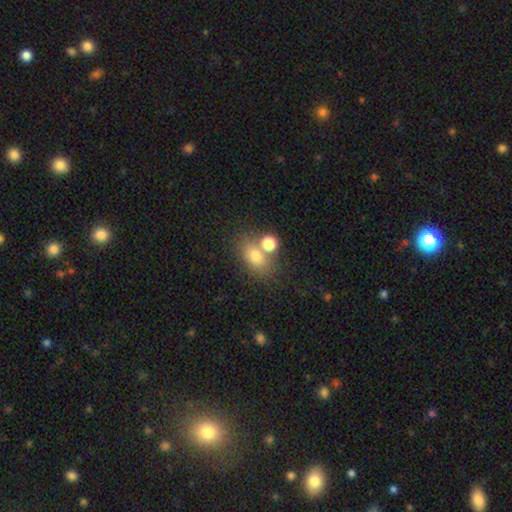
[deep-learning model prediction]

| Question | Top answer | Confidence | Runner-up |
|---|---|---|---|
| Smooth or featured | smooth | 75% | featured or disk (13%) |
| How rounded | in between | 68% | round (30%) |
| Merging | none | 51% | merger (33%) |